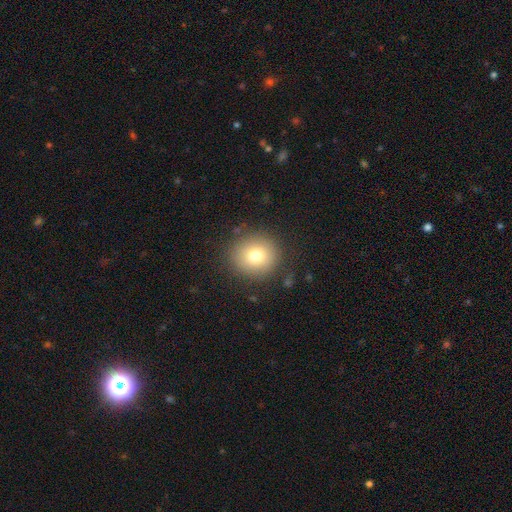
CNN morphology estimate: A smooth galaxy with no disk features (77%) that is round (90%).

Vote fractions:
- Smooth or featured? smooth: 77% / featured or disk: 12% / star or artifact: 12%
- How rounded? round: 90% / in between: 10% / cigar-shaped: 1%
- Merging? none: 86% / minor disturbance: 9% / major disturbance: 4% / merger: 1%